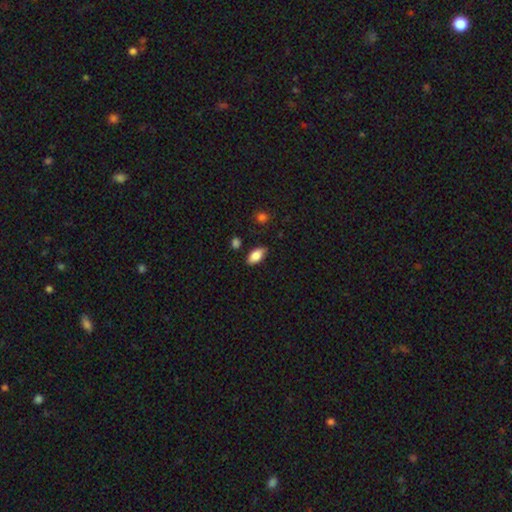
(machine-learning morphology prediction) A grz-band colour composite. It shows a smooth galaxy with no disk features (85%) that is in between round and cigar-shaped (91%). Merging: none (79%).